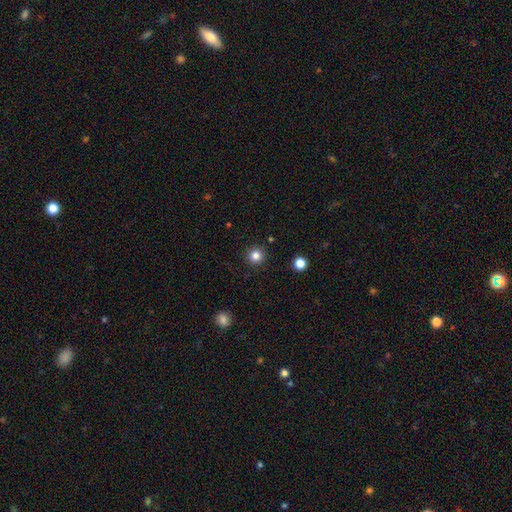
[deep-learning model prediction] smooth 83%, star or artifact 12%, featured or disk 5%. Down the decision tree: how rounded — round (95%); merging — none (91%).